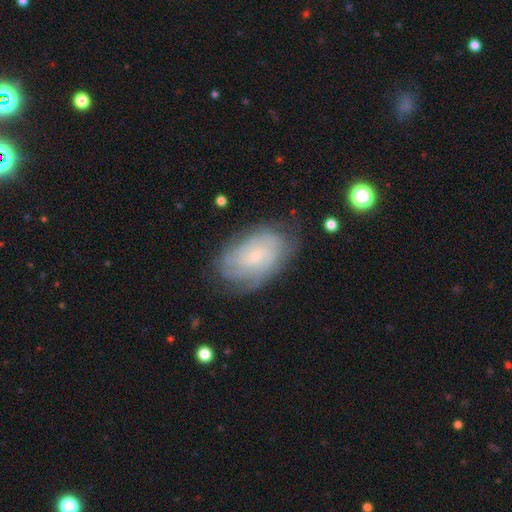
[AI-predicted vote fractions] A featured or disk galaxy (66%) with no bar (67%), tight (63%) spiral arms (88%) and a small central bulge (72%).

Vote fractions:
- Smooth or featured? featured or disk: 66% / smooth: 26% / star or artifact: 8%
- Edge-on disk? no: 96% / yes: 4%
- Bar? no: 67% / weak: 29% / strong: 4%
- Spiral arms? yes: 88% / no: 12%
- Spiral winding? tight: 63% / medium: 28% / loose: 9%
- Spiral arm count? can't tell: 55% / 4: 12% / 2: 12% / 3: 11% / more than 4: 6% / 1: 4%
- Bulge size? small: 72% / moderate: 17% / none: 8% / large: 2% / dominant: 1%
- Merging? none: 68% / minor disturbance: 22% / major disturbance: 8% / merger: 2%